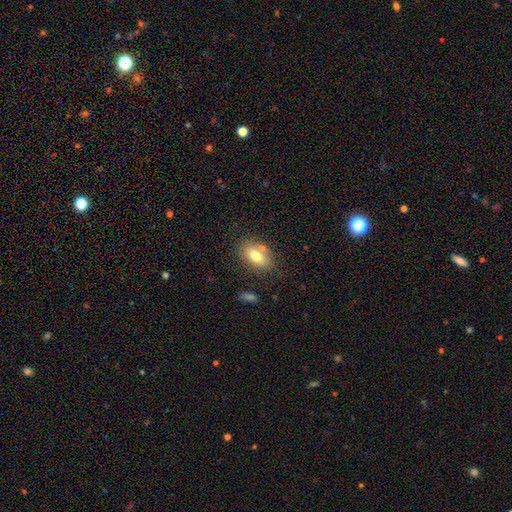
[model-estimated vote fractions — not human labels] smooth_or_featured: smooth (p=0.74) [alt: featured or disk p=0.17]
how_rounded: in between (p=0.85) [alt: round p=0.12]
merging: none (p=0.70) [alt: minor disturbance p=0.14]